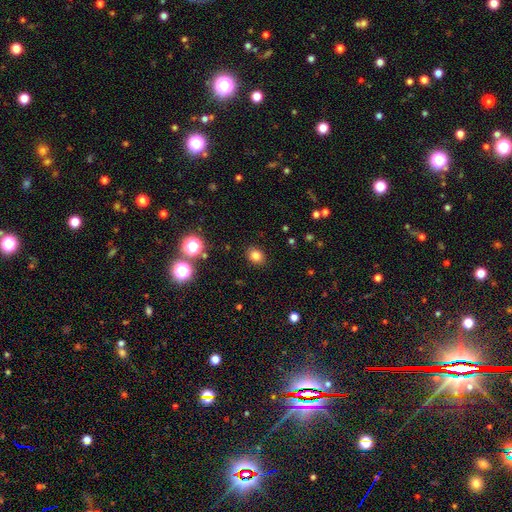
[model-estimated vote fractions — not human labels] Q: Smooth or featured?
A: smooth (80%); runner-up: star or artifact (14%)
Q: How rounded?
A: round (52%); runner-up: in between (47%)
Q: Merging?
A: none (88%); runner-up: minor disturbance (8%)